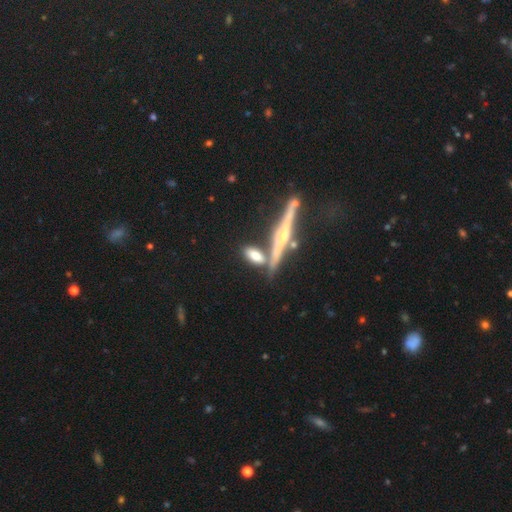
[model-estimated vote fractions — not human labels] Smooth or featured: smooth — 62% (featured or disk — 30%)
How rounded: in between — 66% (cigar-shaped — 28%)
Merging: none — 58% (merger — 24%)